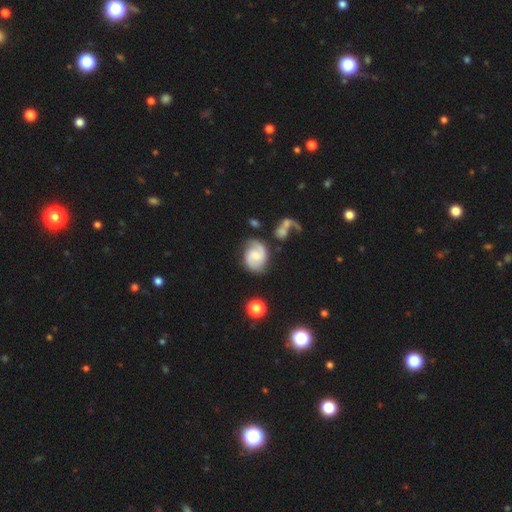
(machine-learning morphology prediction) A featured or disk galaxy (76%) with no bar (49%), 2 (89%) medium (49%) spiral arms (95%) and a moderate central bulge (44%, tied with small). Merging: none (72%).